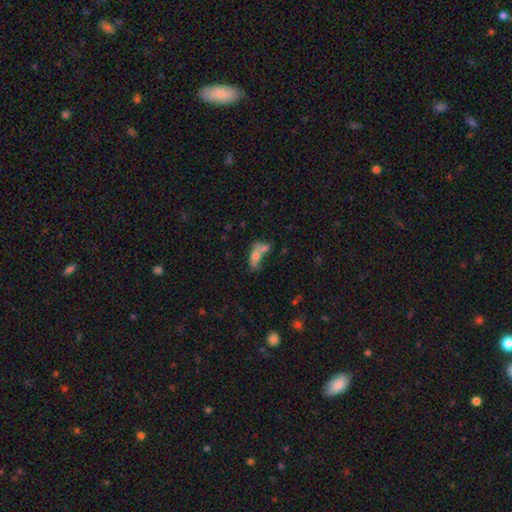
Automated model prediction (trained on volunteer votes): Morphology: type=smooth (56%); roundness=in between (72%); merging=merger (53%).